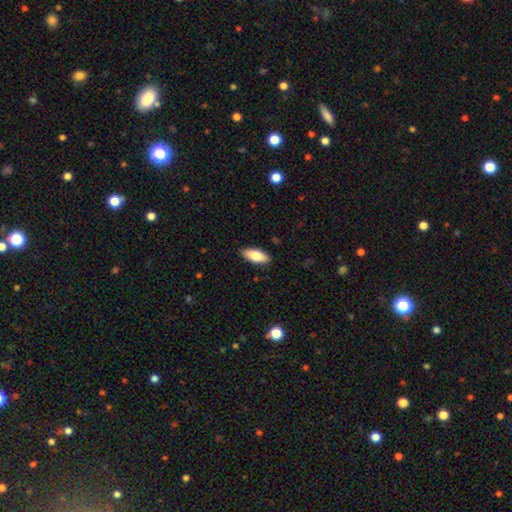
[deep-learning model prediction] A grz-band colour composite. It shows a smooth galaxy with no disk features (80%) that is in between round and cigar-shaped (82%). Merging: none (89%).